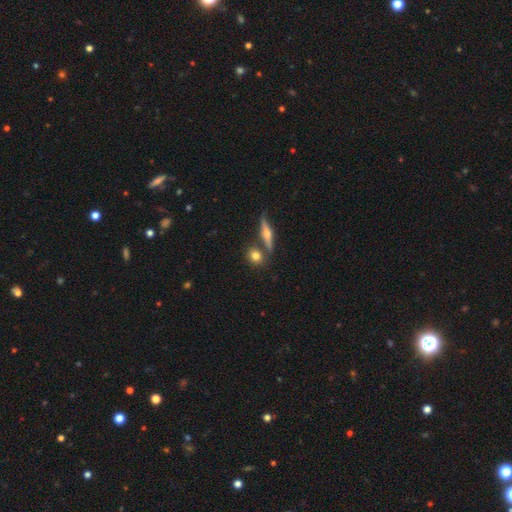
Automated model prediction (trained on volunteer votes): Q: Smooth or featured?
A: smooth (71%); runner-up: featured or disk (19%)
Q: How rounded?
A: round (72%); runner-up: in between (21%)
Q: Merging?
A: none (69%); runner-up: merger (18%)